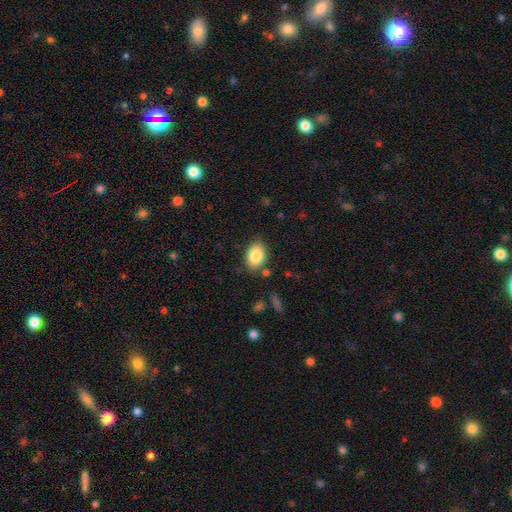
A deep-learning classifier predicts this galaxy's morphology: Smooth or featured? Predicted: smooth (p=0.86). How rounded? Predicted: in between (p=0.82). Merging? Predicted: none (p=0.82).